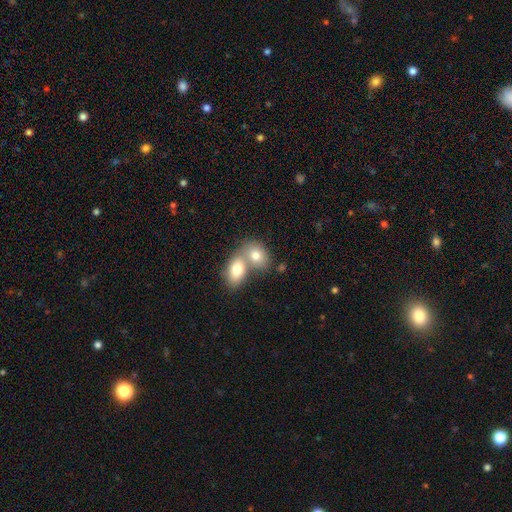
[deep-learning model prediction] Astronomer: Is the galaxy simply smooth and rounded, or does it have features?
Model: smooth — 76%.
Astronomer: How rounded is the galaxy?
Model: in between — 71%.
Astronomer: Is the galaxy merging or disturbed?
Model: merger — 65%.